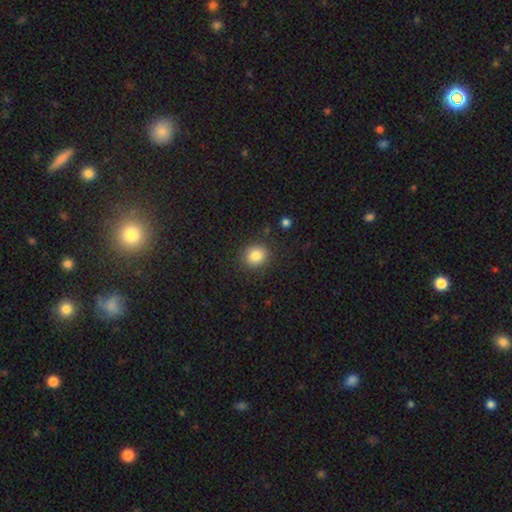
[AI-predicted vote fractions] Morphology: type=smooth (84%); roundness=round (80%); merging=none (87%).